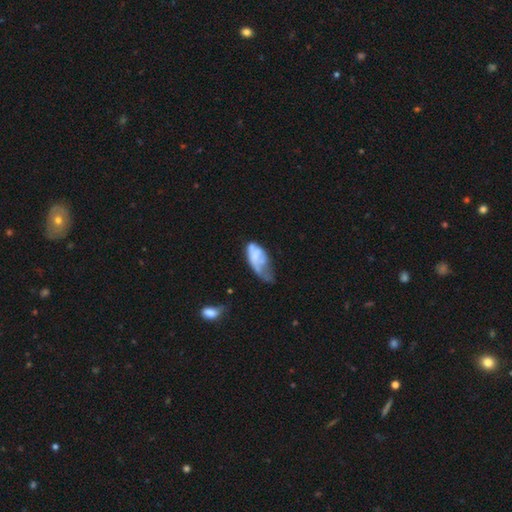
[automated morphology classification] smooth-or-featured: smooth: 53% | featured or disk: 38% | star or artifact: 9%
  how-rounded: in between: 89% | cigar-shaped: 8% | round: 3%
  merging: major disturbance: 45% | minor disturbance: 31% | none: 16% | merger: 7%